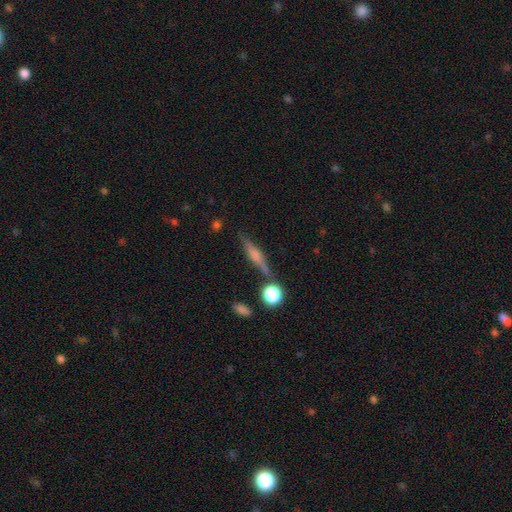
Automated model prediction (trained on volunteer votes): Smooth or featured? featured or disk (59%)
Edge-on disk? yes (96%)
Edge-on bulge? rounded (70%)
Merging? none (80%)